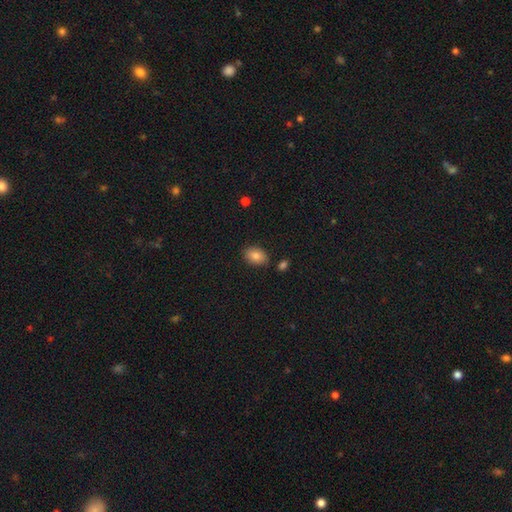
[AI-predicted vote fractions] Smooth or featured?
  - smooth: 84% *
  - featured or disk: 8%
  - star or artifact: 8%
How rounded?
  - in between: 82% *
  - round: 17%
  - cigar-shaped: 1%
Merging?
  - none: 82% *
  - minor disturbance: 12%
  - merger: 4%
  - major disturbance: 2%